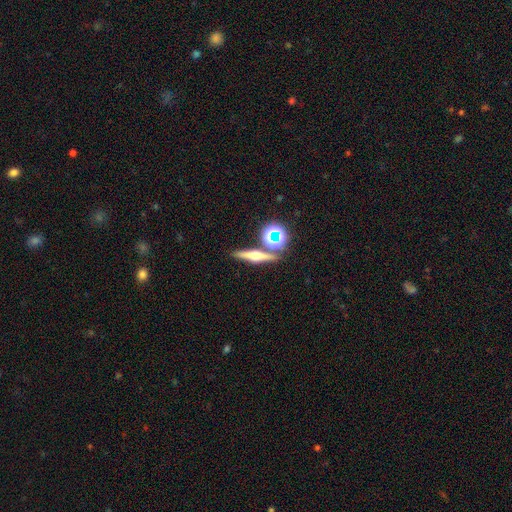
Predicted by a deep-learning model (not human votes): This appears to be a featured or disk galaxy (56%) viewed edge-on (92%) with a rounded central bulge (92%). Merging: none (79%).